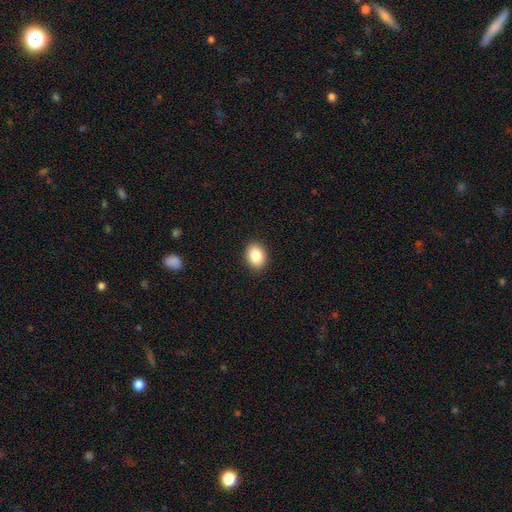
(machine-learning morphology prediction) Smooth or featured? smooth (86%)
How rounded? in between (64%)
Merging? none (91%)